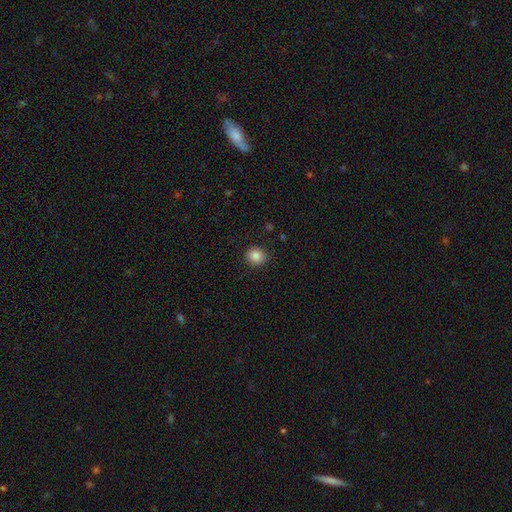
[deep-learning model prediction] smooth 85%, star or artifact 10%, featured or disk 5%. Down the decision tree: how rounded — round (83%); merging — none (90%).